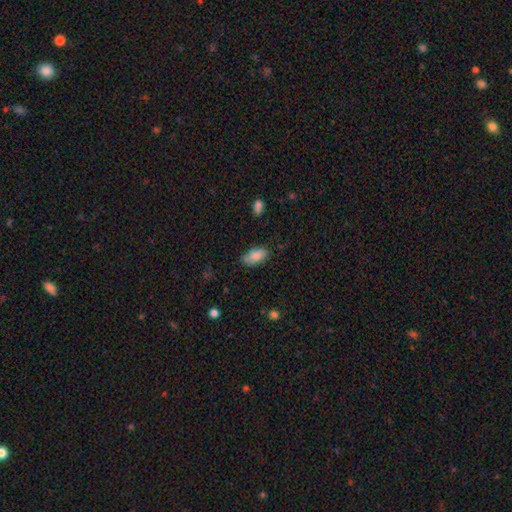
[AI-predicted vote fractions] This appears to be a smooth galaxy with no disk features (84%) that is in between round and cigar-shaped (93%). Merging: none (69%).